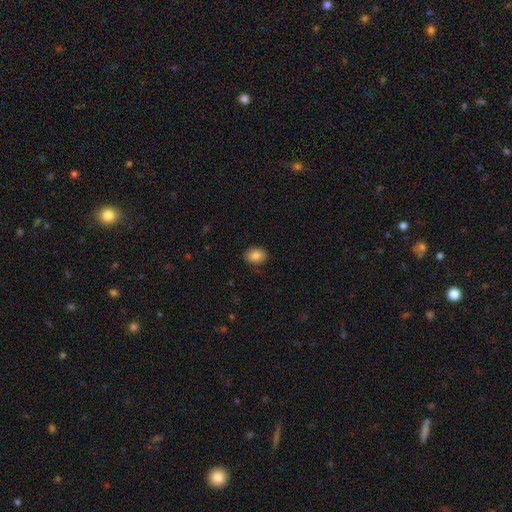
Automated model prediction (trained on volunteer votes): smooth-or-featured: smooth: 86% | star or artifact: 8% | featured or disk: 6%
  how-rounded: in between: 70% | round: 29% | cigar-shaped: 1%
  merging: none: 88% | minor disturbance: 9% | major disturbance: 2% | merger: 1%